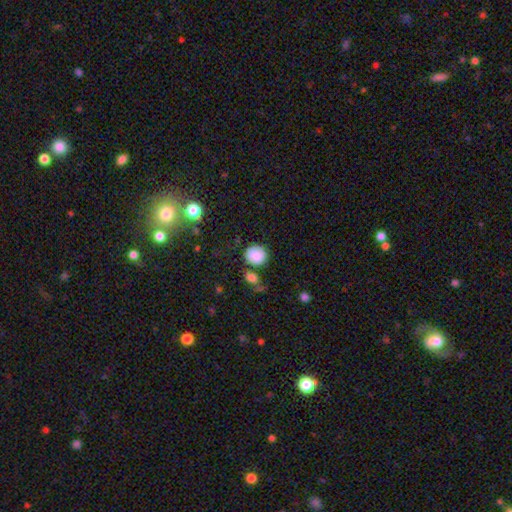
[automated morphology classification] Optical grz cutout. It shows a smooth galaxy with no disk features (86%) that is round (83%). Merging: none (68%).